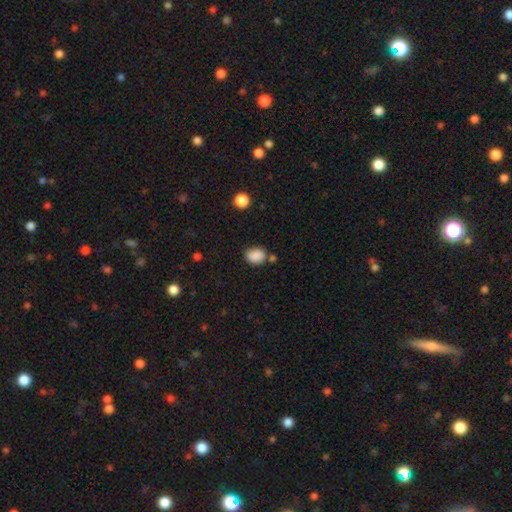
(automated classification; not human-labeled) Morphology: type=smooth (87%); roundness=in between (56%); merging=none (66%).